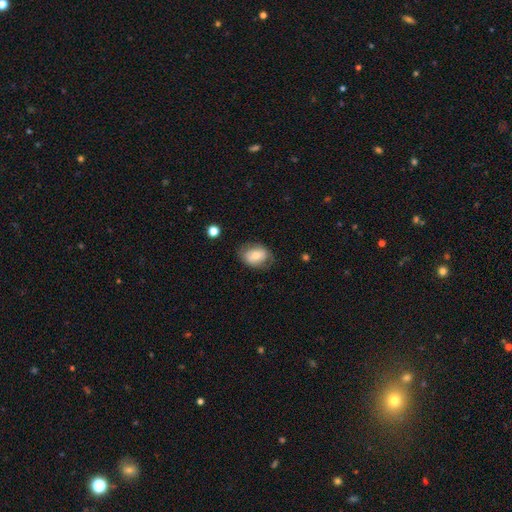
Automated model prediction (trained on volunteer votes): smooth 67%, featured or disk 25%, star or artifact 8%. Down the decision tree: how rounded — in between (73%); merging — none (70%).